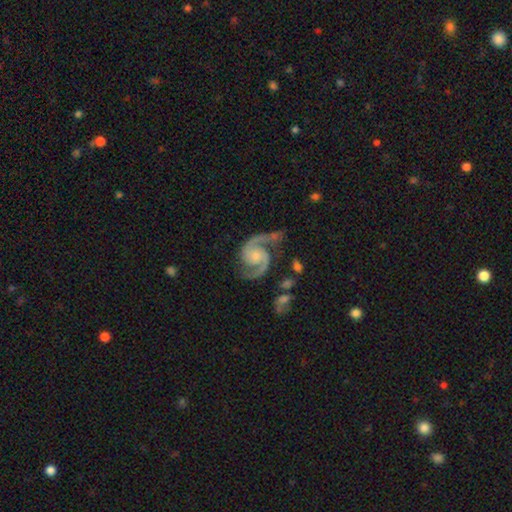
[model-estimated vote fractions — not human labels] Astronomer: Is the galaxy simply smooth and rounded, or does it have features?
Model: featured or disk — 93%.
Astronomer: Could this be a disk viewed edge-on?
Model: no — 98%.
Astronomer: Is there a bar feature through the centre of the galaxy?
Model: no — 66%.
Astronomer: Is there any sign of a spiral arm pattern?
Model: yes — 99%.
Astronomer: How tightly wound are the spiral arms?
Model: medium — 60%.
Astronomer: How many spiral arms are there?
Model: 2 — 94%.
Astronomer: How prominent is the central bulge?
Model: small — 44% (runner-up: moderate, 38%).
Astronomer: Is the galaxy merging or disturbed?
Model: none — 67%.